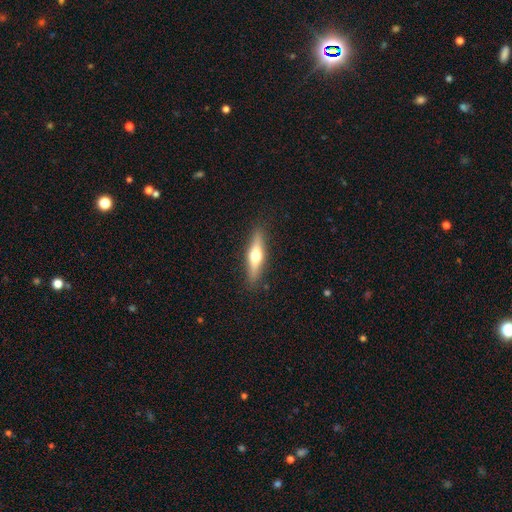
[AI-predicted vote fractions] Smooth or featured: featured or disk — 51% (smooth — 42%)
Edge-on disk: yes — 92% (no — 8%)
Merging: none — 88% (minor disturbance — 9%)